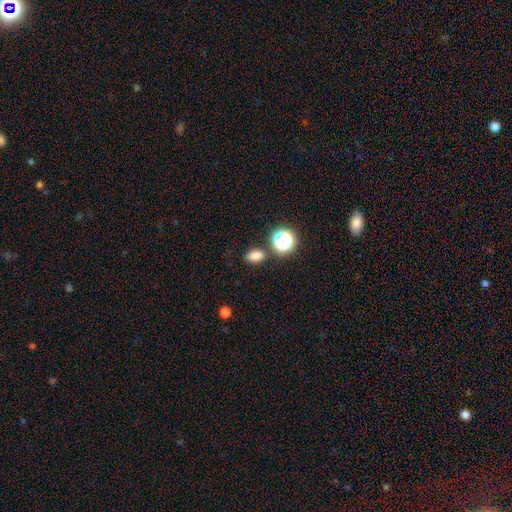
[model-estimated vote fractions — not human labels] The model was most divided on "how rounded": in between: 75%, round: 23%, cigar-shaped: 2%. More confident: merging — none (80%); smooth or featured — smooth (79%).